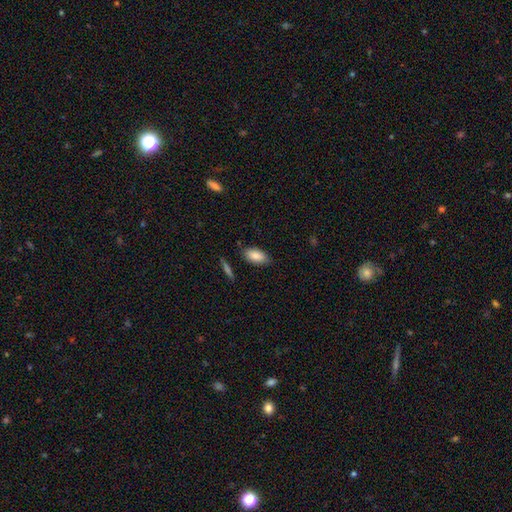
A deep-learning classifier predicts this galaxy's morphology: type=smooth (86%); roundness=in between (91%); merging=none (82%).